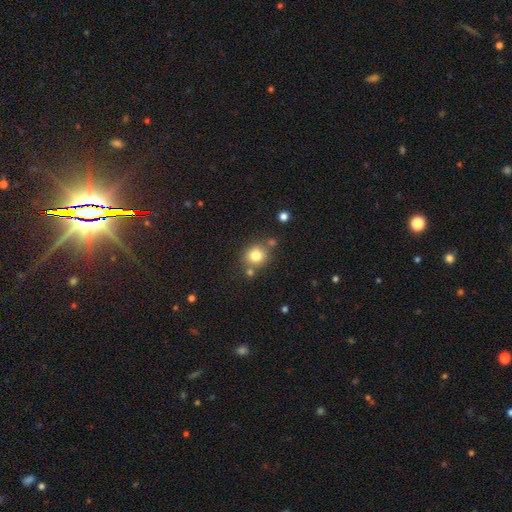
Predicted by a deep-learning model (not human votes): Q: Smooth or featured?
A: smooth (79%); runner-up: star or artifact (12%)
Q: How rounded?
A: round (85%); runner-up: in between (14%)
Q: Merging?
A: none (72%); runner-up: merger (14%)